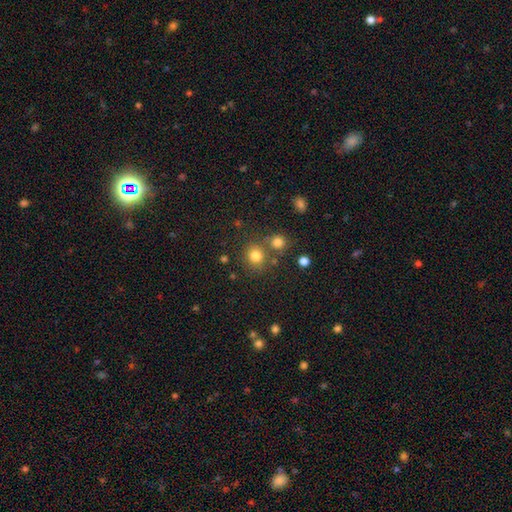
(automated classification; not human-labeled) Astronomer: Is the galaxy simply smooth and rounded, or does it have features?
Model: smooth — 78%.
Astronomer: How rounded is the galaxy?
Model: round — 86%.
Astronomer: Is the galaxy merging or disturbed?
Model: none — 69%.